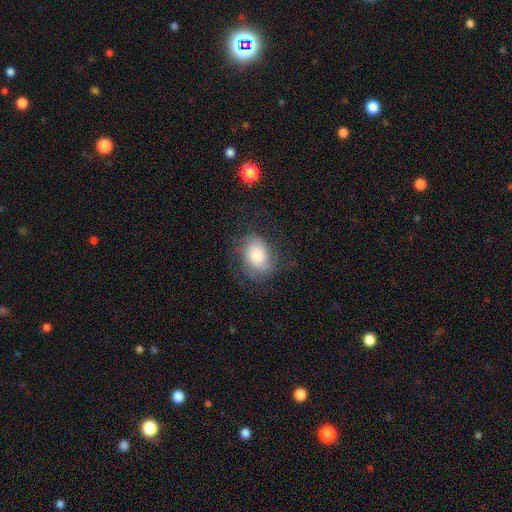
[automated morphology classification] This is possibly a smooth galaxy (51%). How rounded: likely in between (68%). Merging: likely none (64%).